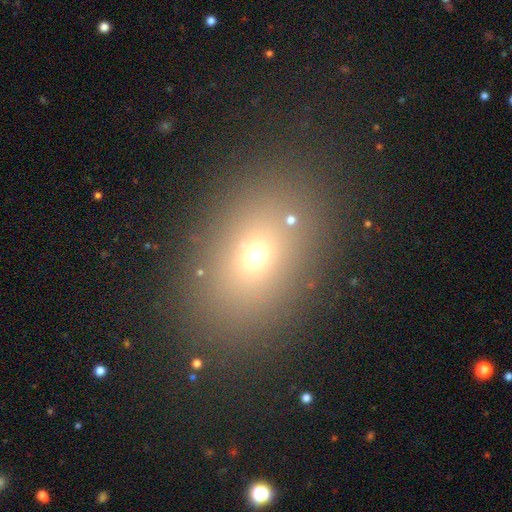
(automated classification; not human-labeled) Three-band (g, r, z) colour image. It shows a smooth galaxy with no disk features (66%) that is in between round and cigar-shaped (66%). Merging: none (84%).